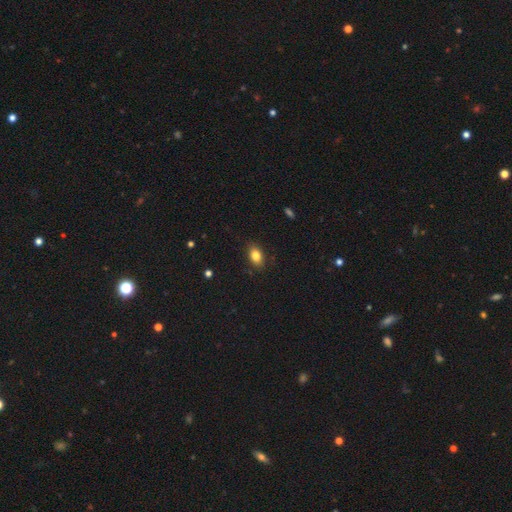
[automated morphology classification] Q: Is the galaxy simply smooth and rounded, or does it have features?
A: smooth — 83%.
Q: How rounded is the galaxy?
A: in between — 84%.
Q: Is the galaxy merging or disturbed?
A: none — 85%.